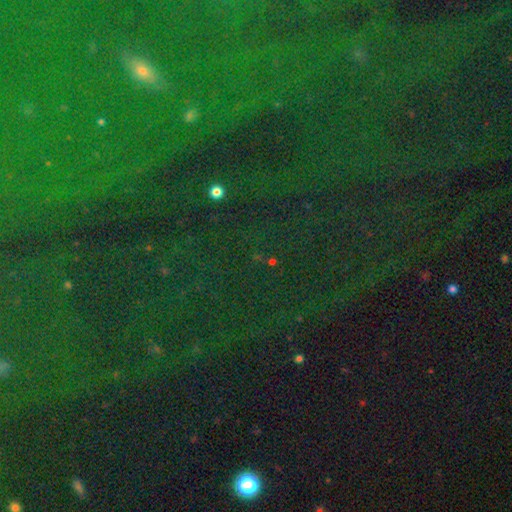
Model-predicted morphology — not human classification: Smooth or featured? star or artifact (81%)